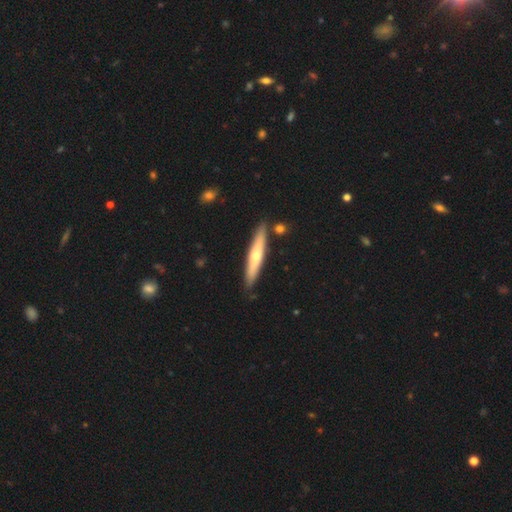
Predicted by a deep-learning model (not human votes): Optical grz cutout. It shows a featured or disk galaxy (54%) viewed edge-on (90%). Merging: none (85%).